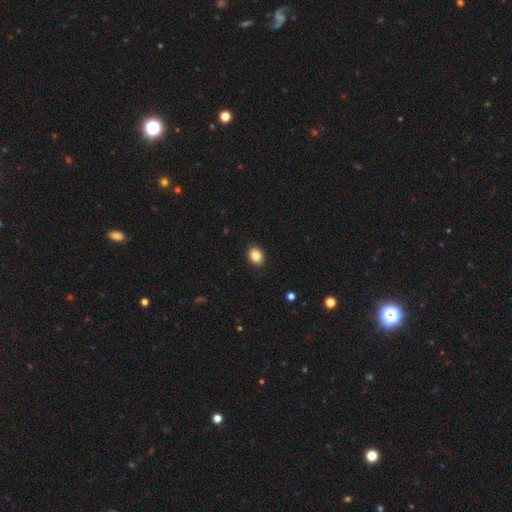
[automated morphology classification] This appears to be a smooth galaxy with no disk features (86%) that is in between round and cigar-shaped (65%). Merging: none (90%).